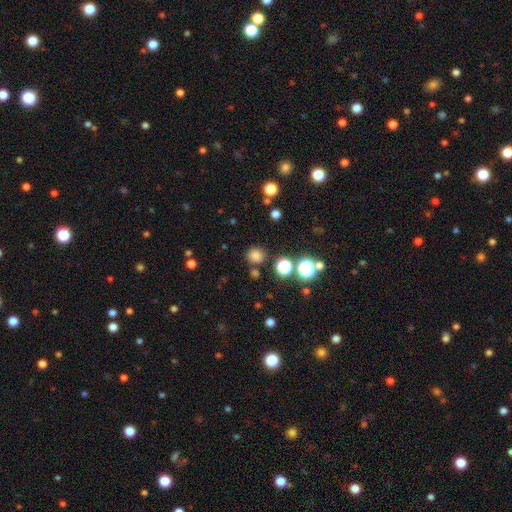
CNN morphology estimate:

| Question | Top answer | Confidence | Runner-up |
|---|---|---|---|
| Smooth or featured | smooth | 76% | star or artifact (19%) |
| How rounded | round | 88% | in between (11%) |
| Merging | none | 83% | minor disturbance (9%) |